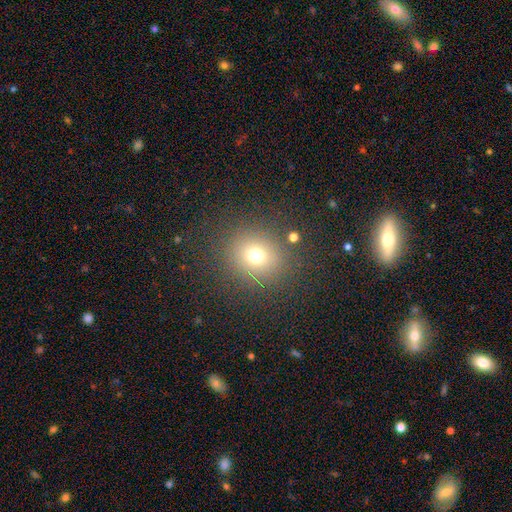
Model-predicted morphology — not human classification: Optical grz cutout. It shows a smooth galaxy with no disk features (71%) that is round (85%). Merging: none (85%).